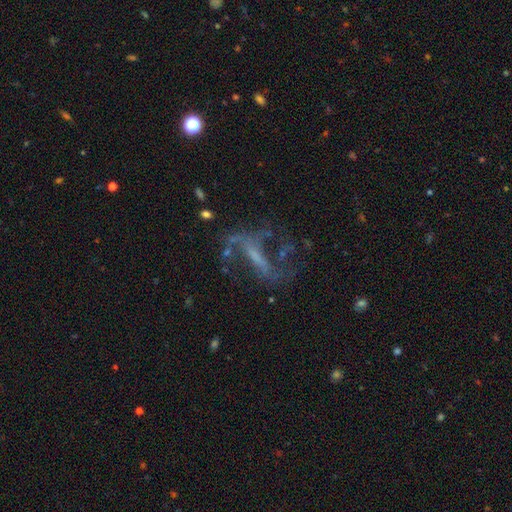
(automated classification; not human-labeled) Smooth or featured?
  - featured or disk: 67% *
  - star or artifact: 17%
  - smooth: 16%
Edge-on disk?
  - no: 80% *
  - yes: 20%
Bar?
  - strong: 41% *
  - weak: 30%
  - no: 29%
Spiral arms?
  - yes: 60% *
  - no: 40%
Bulge size?
  - none: 47% *
  - small: 32%
  - moderate: 17%
  - large: 3%
  - dominant: 1%
Merging?
  - none: 45% *
  - major disturbance: 31%
  - minor disturbance: 17%
  - merger: 6%